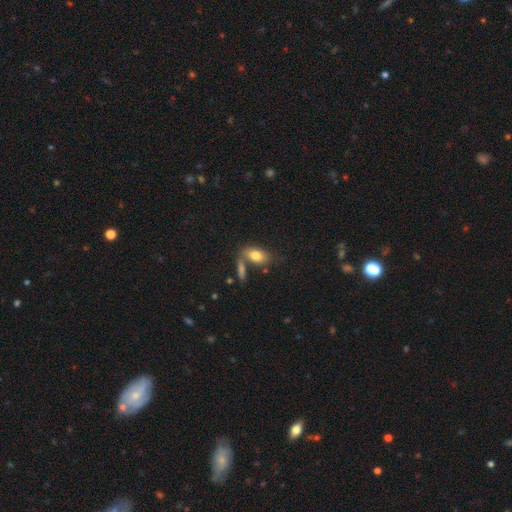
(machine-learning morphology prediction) type=smooth (78%); roundness=in between (87%); merging=none (56%).